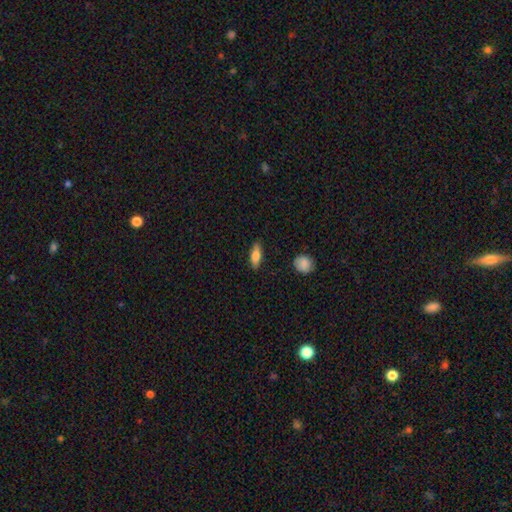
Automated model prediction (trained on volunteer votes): Smooth or featured: smooth — 75% (featured or disk — 18%)
How rounded: in between — 65% (cigar-shaped — 32%)
Merging: none — 85% (minor disturbance — 11%)